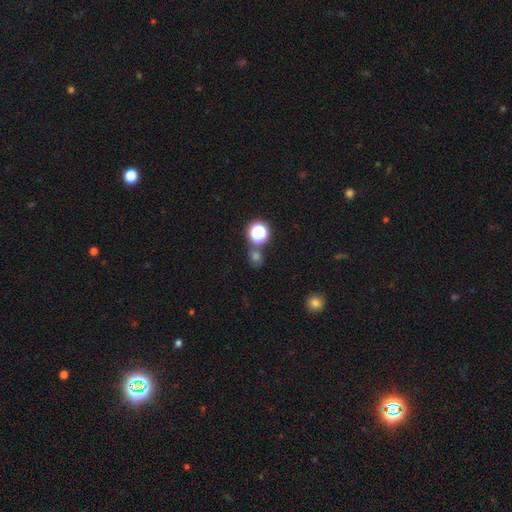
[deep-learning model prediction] smooth-or-featured: smooth: 52% | star or artifact: 40% | featured or disk: 8%
  how-rounded: round: 80% | in between: 18% | cigar-shaped: 1%
  merging: none: 71% | merger: 15% | minor disturbance: 9% | major disturbance: 4%